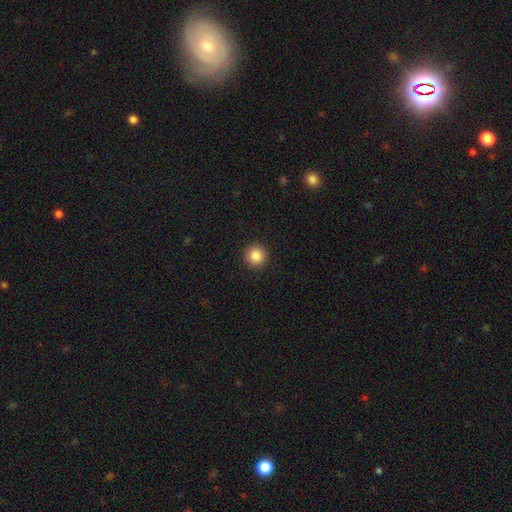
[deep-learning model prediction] Smooth or featured?
  - smooth: 86% *
  - star or artifact: 10%
  - featured or disk: 4%
How rounded?
  - round: 95% *
  - in between: 4%
  - cigar-shaped: 1%
Merging?
  - none: 93% *
  - minor disturbance: 4%
  - major disturbance: 2%
  - merger: 1%